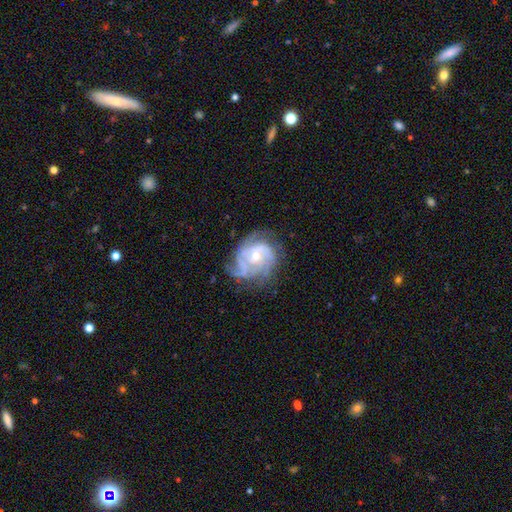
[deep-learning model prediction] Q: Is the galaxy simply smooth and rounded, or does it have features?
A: featured or disk — 86%.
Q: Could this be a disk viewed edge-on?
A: no — 98%.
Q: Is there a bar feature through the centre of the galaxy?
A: no — 68%.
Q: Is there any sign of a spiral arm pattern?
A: yes — 96%.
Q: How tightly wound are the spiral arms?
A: tight — 61%.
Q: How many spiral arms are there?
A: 3 — 30%.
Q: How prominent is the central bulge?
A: moderate — 48%, tied with small.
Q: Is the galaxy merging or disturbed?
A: none — 70%.